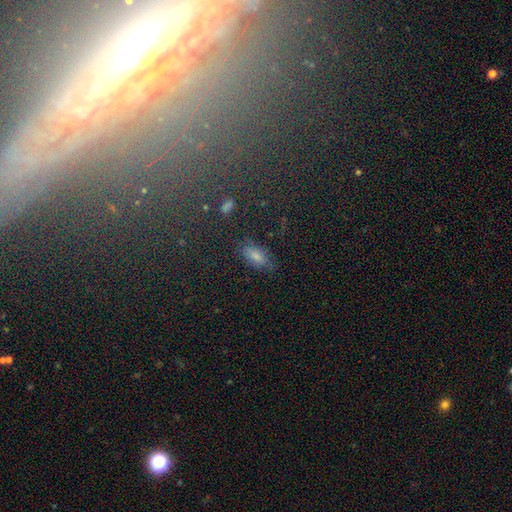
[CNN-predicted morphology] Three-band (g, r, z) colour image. It shows a smooth galaxy with no disk features (72%) that is in between round and cigar-shaped (84%). Merging: none (73%).